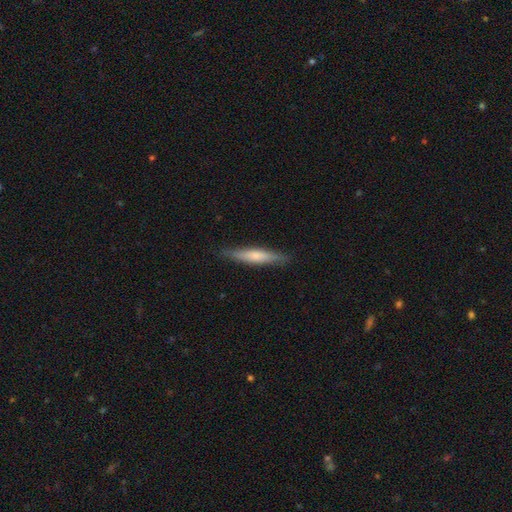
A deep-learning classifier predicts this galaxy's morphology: smooth 61%, featured or disk 34%, star or artifact 5%. Down the decision tree: how rounded — cigar-shaped (90%); merging — none (87%).